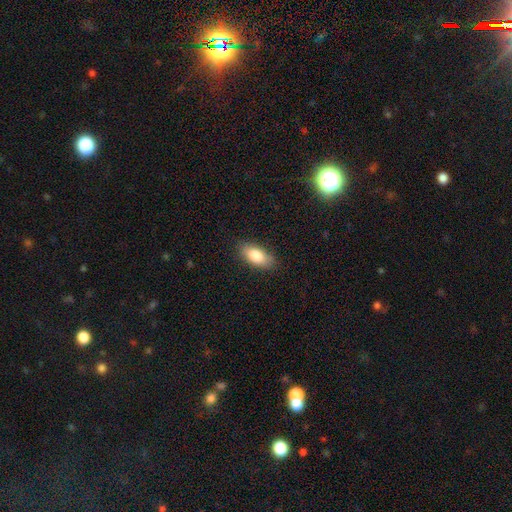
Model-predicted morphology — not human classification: type=smooth (82%); roundness=in between (89%); merging=none (85%).